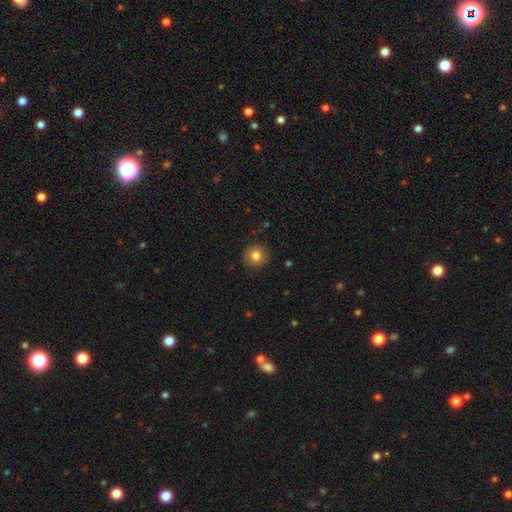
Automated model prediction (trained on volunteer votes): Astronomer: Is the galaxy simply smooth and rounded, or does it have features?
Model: smooth — 83%.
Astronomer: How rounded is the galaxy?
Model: round — 92%.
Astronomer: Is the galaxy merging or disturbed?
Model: none — 89%.